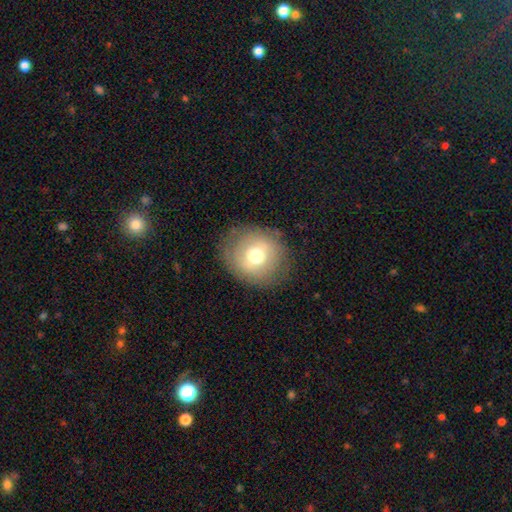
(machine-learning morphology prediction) This appears to be a smooth galaxy with no disk features (65%) that is round (87%). Merging: none (82%).